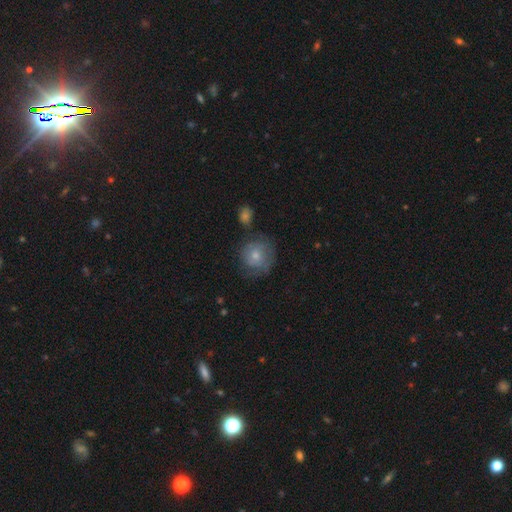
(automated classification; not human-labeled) smooth-or-featured: smooth: 66% | featured or disk: 27% | star or artifact: 7%
  how-rounded: round: 87% | in between: 13% | cigar-shaped: 1%
  merging: none: 60% | minor disturbance: 23% | major disturbance: 10% | merger: 6%